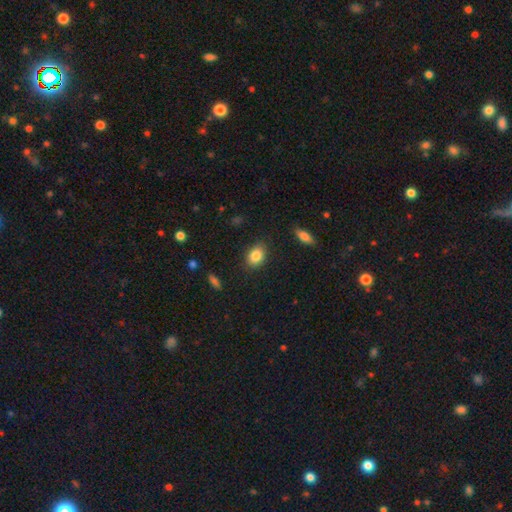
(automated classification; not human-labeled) Smooth or featured?
  - smooth: 85% *
  - star or artifact: 8%
  - featured or disk: 7%
How rounded?
  - in between: 75% *
  - round: 24%
  - cigar-shaped: 2%
Merging?
  - none: 84% *
  - minor disturbance: 12%
  - major disturbance: 3%
  - merger: 1%